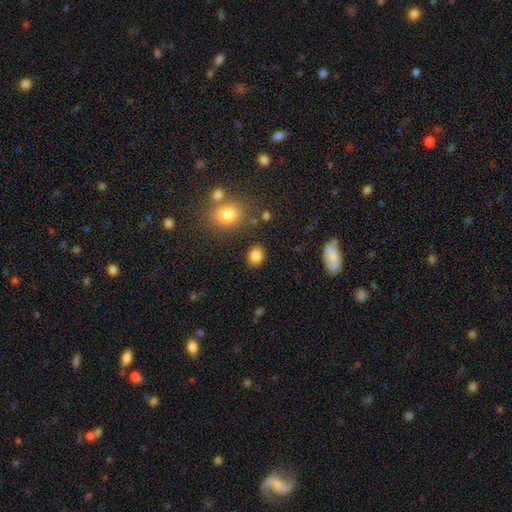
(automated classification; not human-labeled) Overall: smooth (84%). How rounded: in between (60%; round 39%). Merging: none (84%).